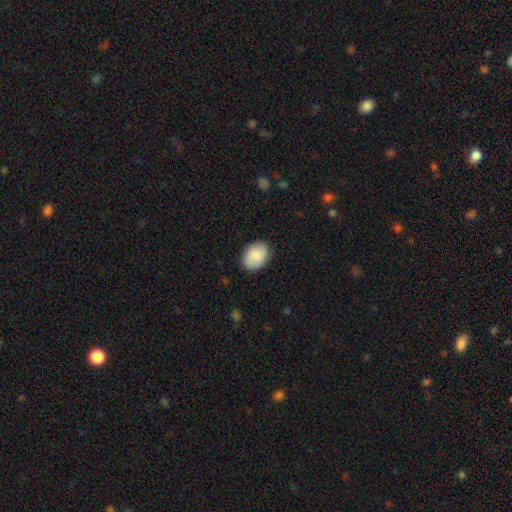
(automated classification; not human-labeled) A smooth galaxy with no disk features (85%) that is in between round and cigar-shaped (78%). Merging: none (86%).